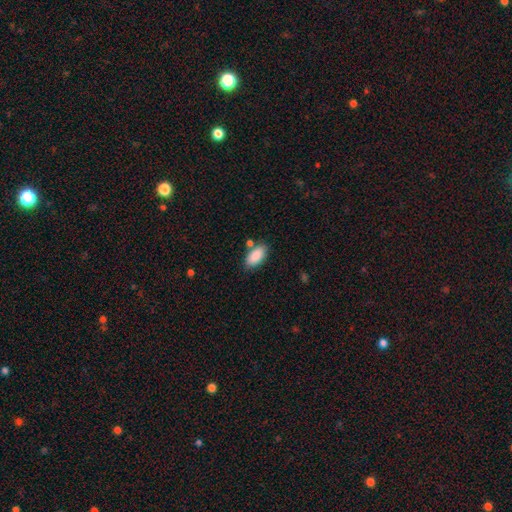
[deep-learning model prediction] The model was most divided on "merging": none: 76%, minor disturbance: 12%, merger: 8%, major disturbance: 3%. More confident: how rounded — in between (93%); smooth or featured — smooth (89%).